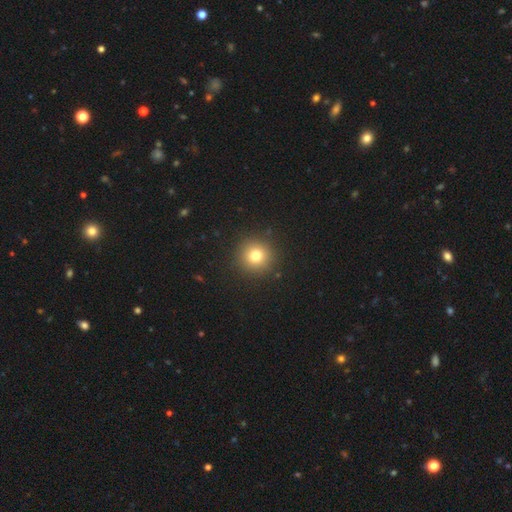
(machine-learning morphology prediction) type=smooth (77%); roundness=round (95%); merging=none (91%).